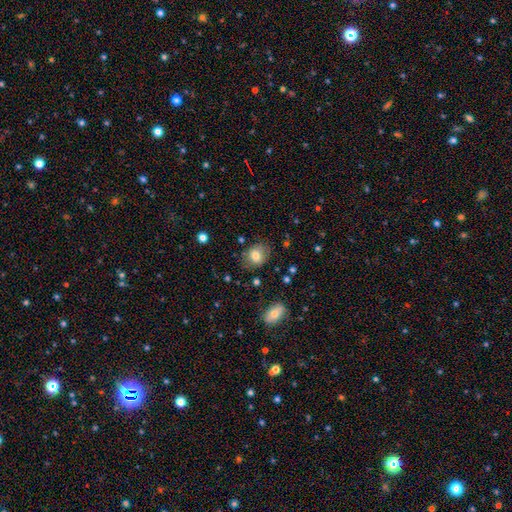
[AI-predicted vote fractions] Smooth or featured? smooth (77%)
How rounded? round (51%)
Merging? none (75%)